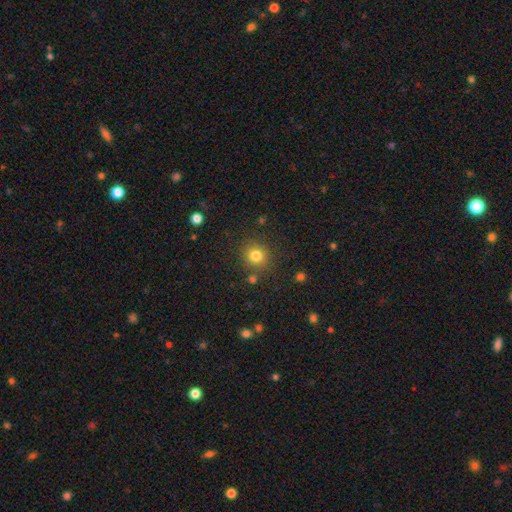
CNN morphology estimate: A smooth galaxy with no disk features (81%) that is round (90%).

Vote fractions:
- Smooth or featured? smooth: 81% / star or artifact: 13% / featured or disk: 6%
- How rounded? round: 90% / in between: 9% / cigar-shaped: 1%
- Merging? none: 84% / minor disturbance: 9% / merger: 4% / major disturbance: 3%